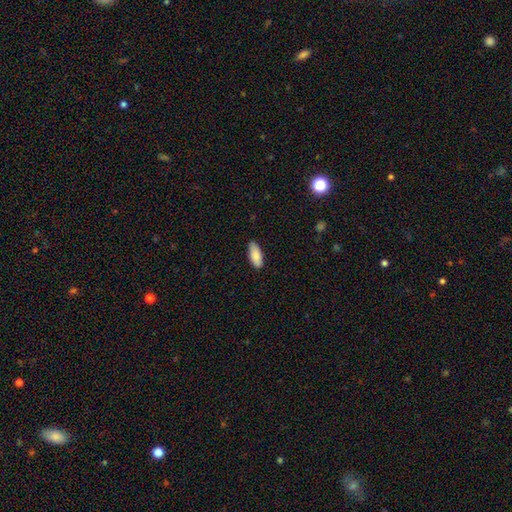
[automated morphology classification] Q: Smooth or featured?
A: smooth (87%); runner-up: featured or disk (7%)
Q: How rounded?
A: in between (82%); runner-up: cigar-shaped (16%)
Q: Merging?
A: none (84%); runner-up: minor disturbance (13%)